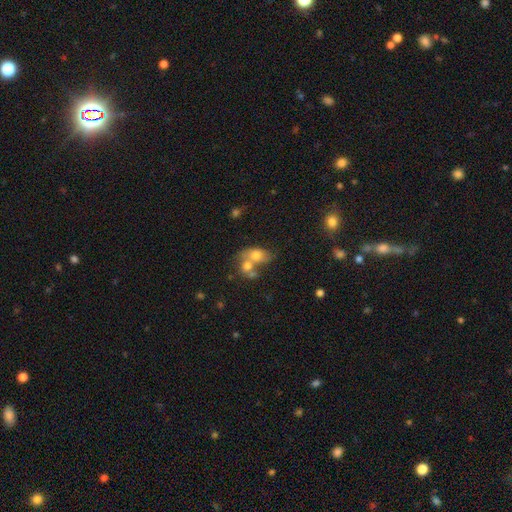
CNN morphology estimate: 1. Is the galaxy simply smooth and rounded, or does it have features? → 67% smooth, 23% featured or disk, 10% star or artifact.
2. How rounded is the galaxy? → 65% in between, 33% round, 2% cigar-shaped.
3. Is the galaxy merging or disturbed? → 63% merger, 21% none, 9% minor disturbance, 7% major disturbance.